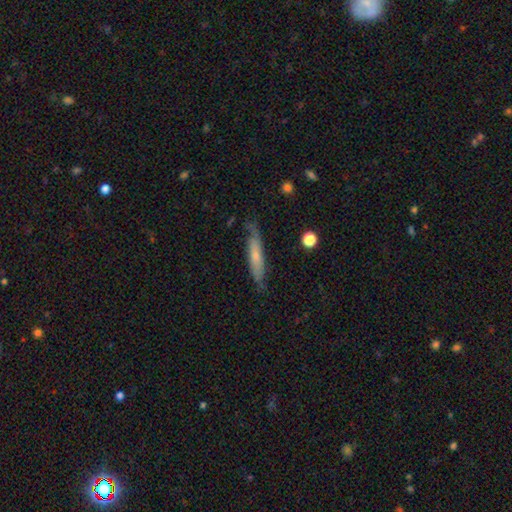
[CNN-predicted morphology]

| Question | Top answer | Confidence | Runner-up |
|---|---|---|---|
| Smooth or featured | smooth | 51% | featured or disk (43%) |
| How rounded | cigar-shaped | 85% | in between (14%) |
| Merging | none | 66% | minor disturbance (25%) |